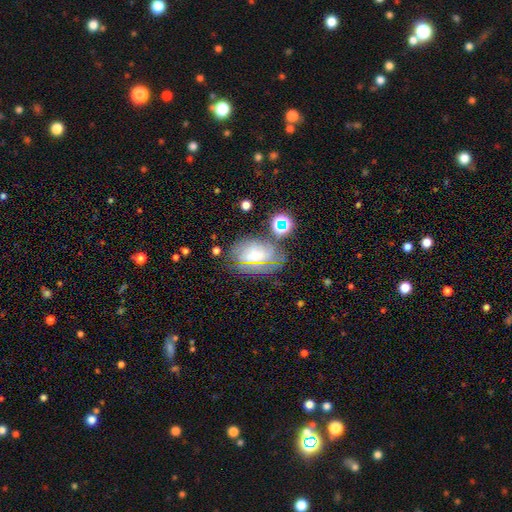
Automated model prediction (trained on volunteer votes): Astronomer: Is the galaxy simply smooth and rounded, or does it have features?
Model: smooth — 39%, tied with featured or disk at 39%.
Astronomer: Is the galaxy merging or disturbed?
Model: none — 63%.